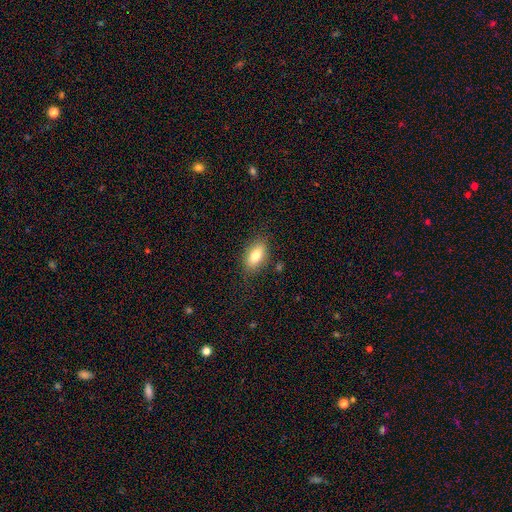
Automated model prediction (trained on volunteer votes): Smooth or featured?
  - smooth: 76% *
  - featured or disk: 16%
  - star or artifact: 8%
How rounded?
  - in between: 87% *
  - round: 7%
  - cigar-shaped: 6%
Merging?
  - none: 82% *
  - minor disturbance: 13%
  - major disturbance: 4%
  - merger: 2%